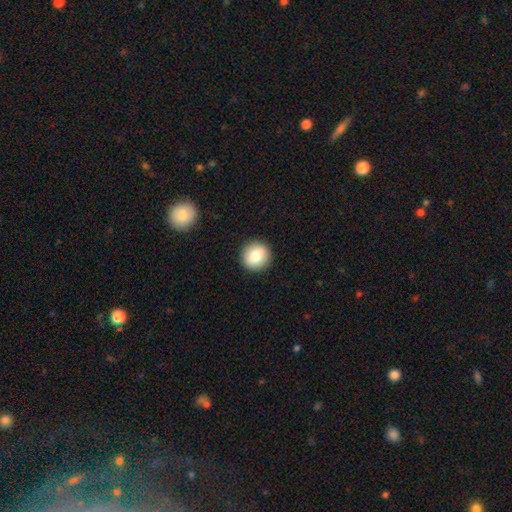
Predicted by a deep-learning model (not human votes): A smooth galaxy with no disk features (80%) that is round (92%). Merging: none (92%).